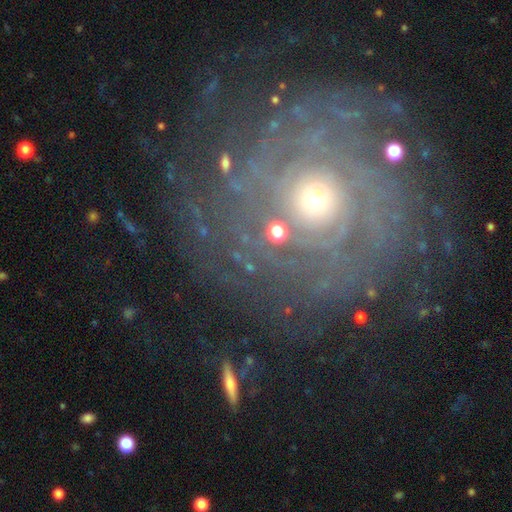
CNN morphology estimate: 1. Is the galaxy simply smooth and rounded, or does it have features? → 82% featured or disk, 9% smooth, 9% star or artifact.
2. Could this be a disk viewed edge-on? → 97% no, 3% yes.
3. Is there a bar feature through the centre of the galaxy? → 84% no, 12% weak, 4% strong.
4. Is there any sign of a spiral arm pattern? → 91% yes, 9% no.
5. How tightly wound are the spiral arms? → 76% tight, 18% medium, 6% loose.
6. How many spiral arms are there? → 38% can't tell, 20% more than 4, 12% 2, 12% 4, 11% 3, 7% 1.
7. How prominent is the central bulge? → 54% moderate, 35% small, 7% large, 1% dominant, 1% none.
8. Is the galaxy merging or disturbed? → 76% none, 13% minor disturbance, 9% major disturbance, 2% merger.